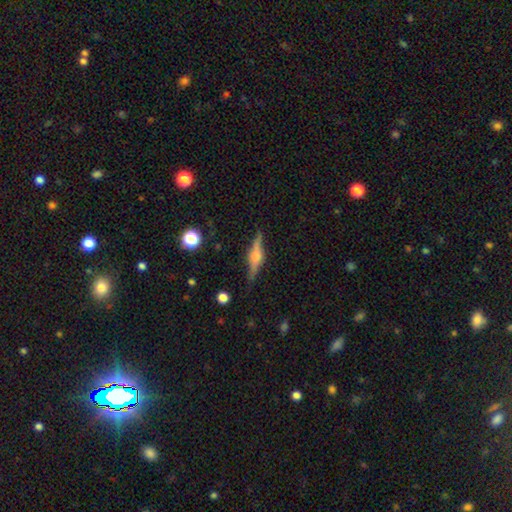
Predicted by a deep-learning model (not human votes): smooth_or_featured: featured or disk (p=0.74) [alt: smooth p=0.19]
disk_edge_on: yes (p=0.97) [alt: no p=0.03]
edge_on_bulge: rounded (p=0.81) [alt: boxy p=0.15]
merging: none (p=0.85) [alt: minor disturbance p=0.11]